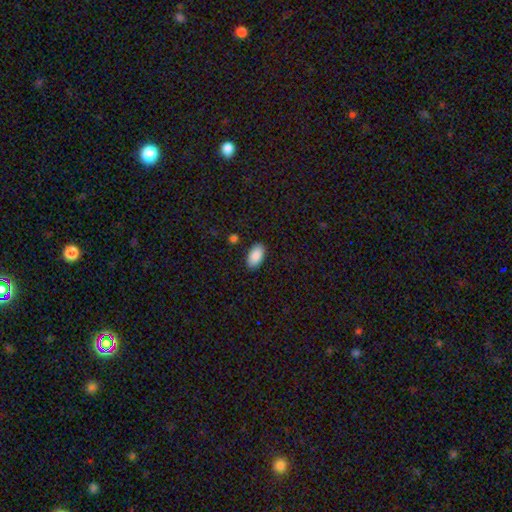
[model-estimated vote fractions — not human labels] Smooth or featured? Predicted: smooth (p=0.90). How rounded? Predicted: in between (p=0.95). Merging? Predicted: none (p=0.88).